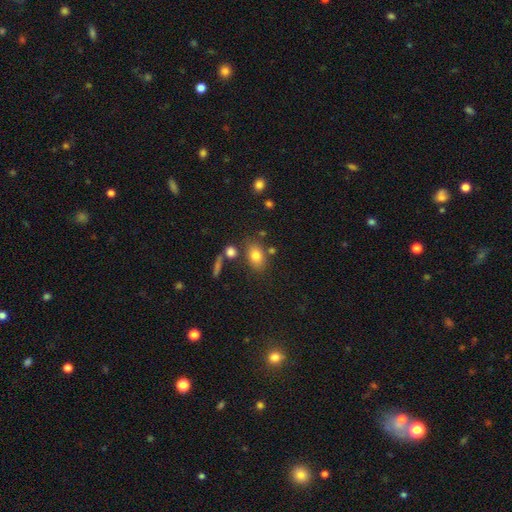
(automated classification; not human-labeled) smooth 78%, featured or disk 12%, star or artifact 11%. Down the decision tree: how rounded — in between (77%); merging — none (72%).